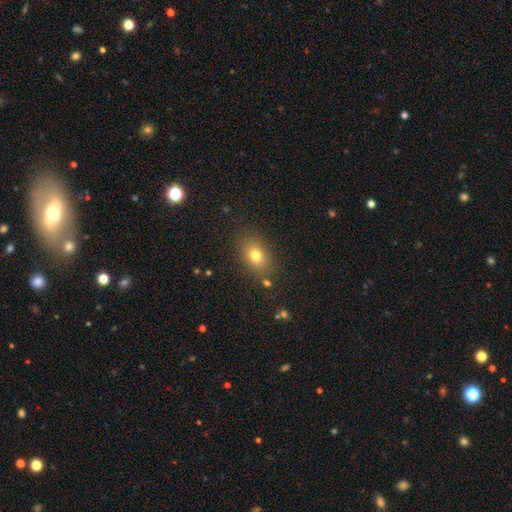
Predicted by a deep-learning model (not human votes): smooth-or-featured: smooth: 76% | star or artifact: 13% | featured or disk: 12%
  how-rounded: in between: 71% | round: 27% | cigar-shaped: 2%
  merging: none: 82% | minor disturbance: 11% | major disturbance: 4% | merger: 3%